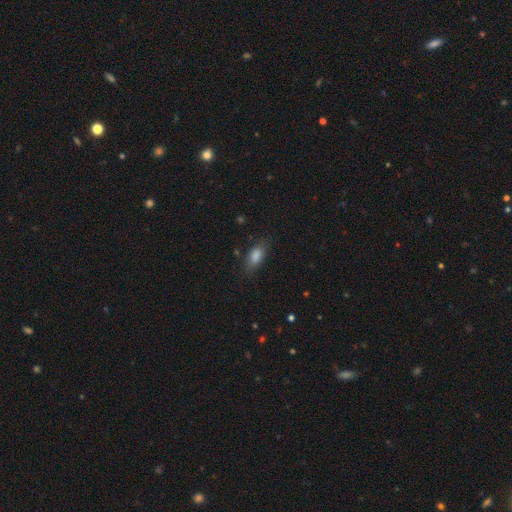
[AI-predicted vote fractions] A smooth galaxy with no disk features (83%) that is in between round and cigar-shaped (81%). Merging: none (78%).